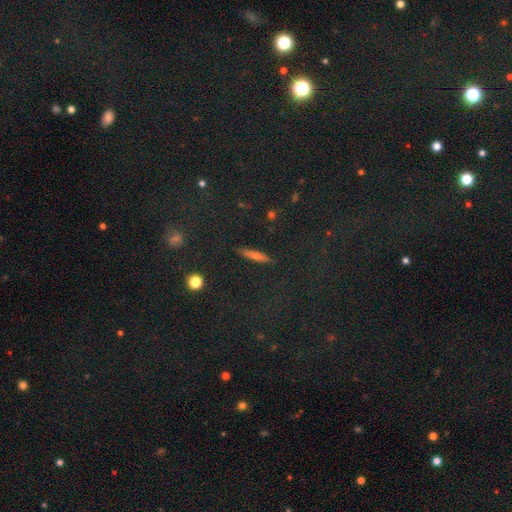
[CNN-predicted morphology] Q: Smooth or featured?
A: smooth (43%); runner-up: featured or disk (36%)
Q: Merging?
A: none (89%); runner-up: minor disturbance (7%)